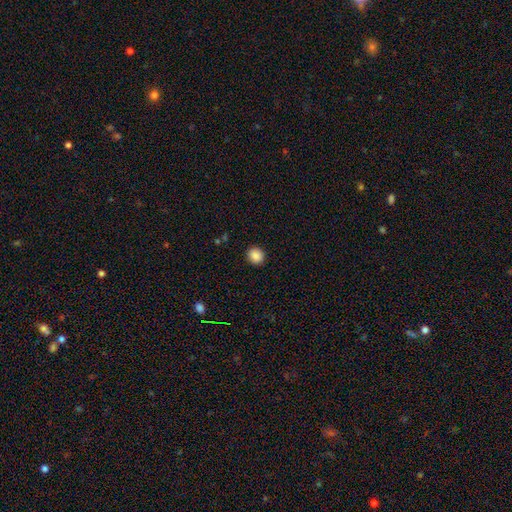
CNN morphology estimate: smooth 88%, star or artifact 10%, featured or disk 3%. Down the decision tree: how rounded — round (83%); merging — none (91%).